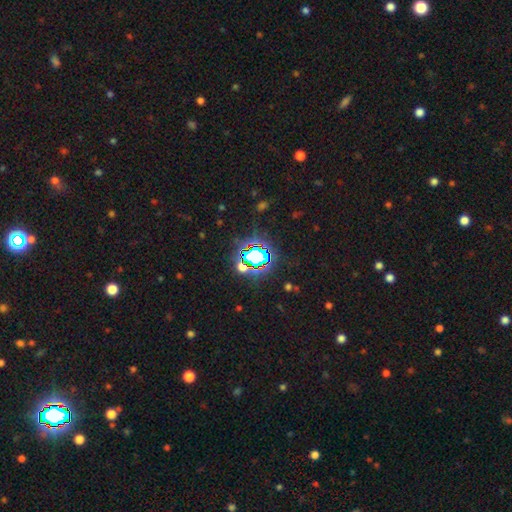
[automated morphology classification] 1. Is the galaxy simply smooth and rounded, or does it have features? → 72% star or artifact, 18% smooth, 10% featured or disk.